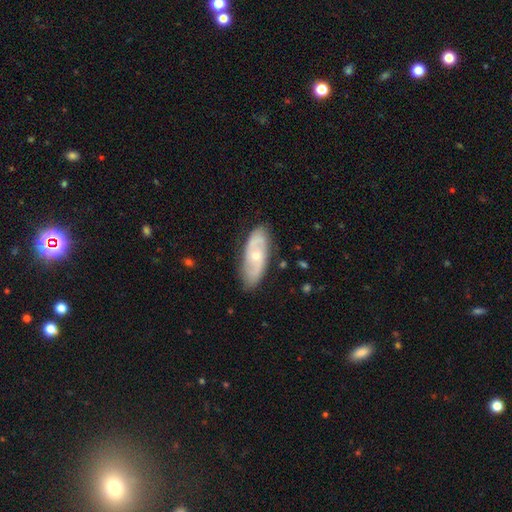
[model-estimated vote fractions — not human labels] This is likely a featured or disk galaxy (72%). It is clearly not viewed edge-on (89%). Bar: likely no (71%). Spiral arm pattern: clearly yes (85%). Spiral arm count: likely 2 (73%). Spiral winding: marginally medium (42%). Central bulge: possibly small (55%). Merging: clearly none (83%).